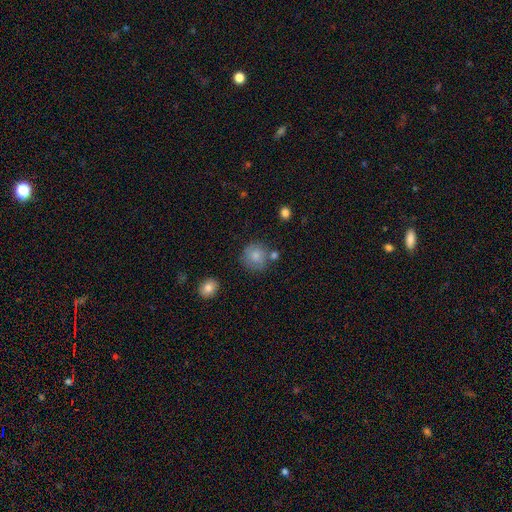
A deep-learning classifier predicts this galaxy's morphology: Smooth or featured?
  - smooth: 80% *
  - featured or disk: 11%
  - star or artifact: 9%
How rounded?
  - round: 89% *
  - in between: 10%
  - cigar-shaped: 1%
Merging?
  - none: 70% *
  - minor disturbance: 15%
  - merger: 10%
  - major disturbance: 5%